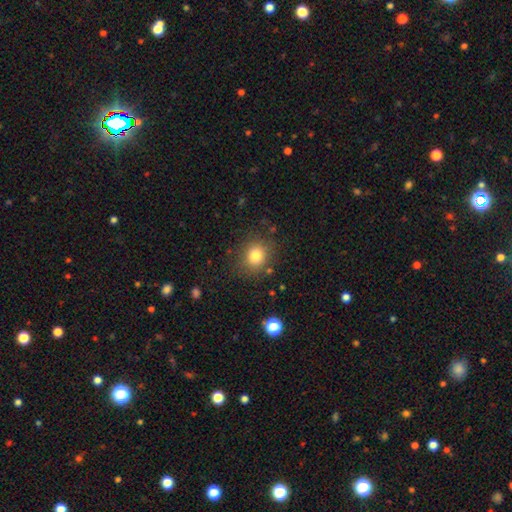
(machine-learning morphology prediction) Smooth or featured? Predicted: smooth (p=0.80). How rounded? Predicted: round (p=0.79). Merging? Predicted: none (p=0.83).